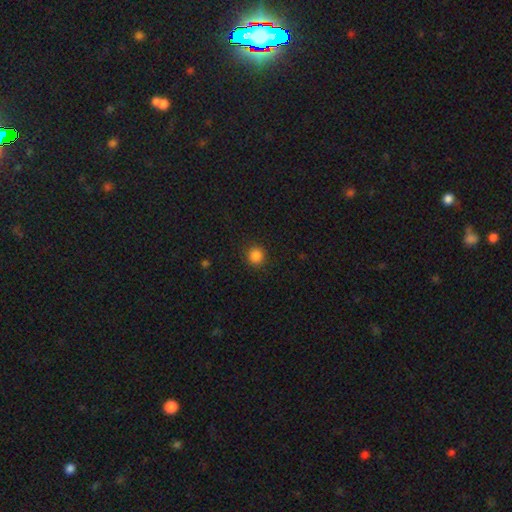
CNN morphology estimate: Smooth or featured? smooth (86%)
How rounded? round (91%)
Merging? none (90%)